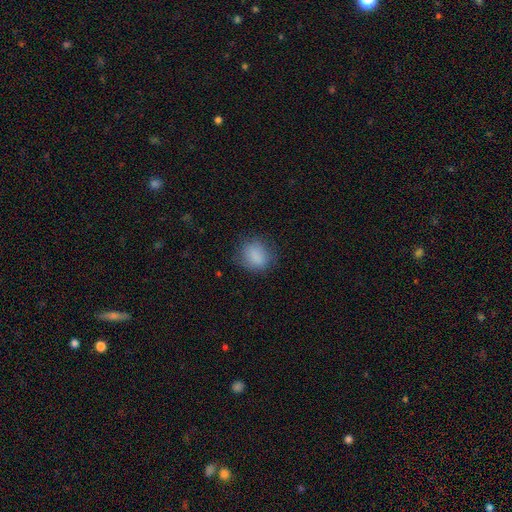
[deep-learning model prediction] Overall: smooth (85%). How rounded: round (57%; in between 41%). Merging: none (75%).